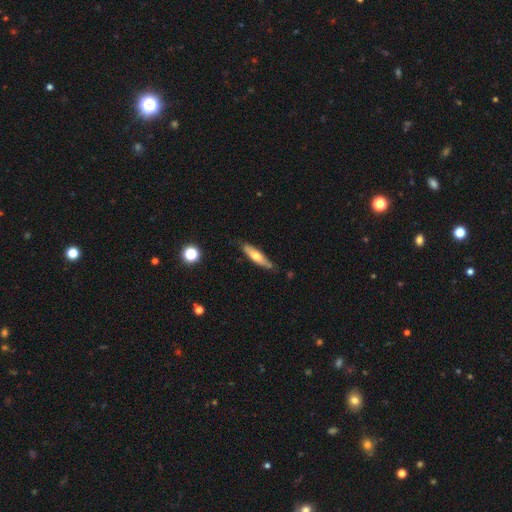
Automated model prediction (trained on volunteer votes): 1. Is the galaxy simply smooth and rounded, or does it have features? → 55% smooth, 39% featured or disk, 6% star or artifact.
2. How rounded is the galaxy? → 74% cigar-shaped, 24% in between, 2% round.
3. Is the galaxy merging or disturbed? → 73% none, 20% minor disturbance, 3% major disturbance, 3% merger.